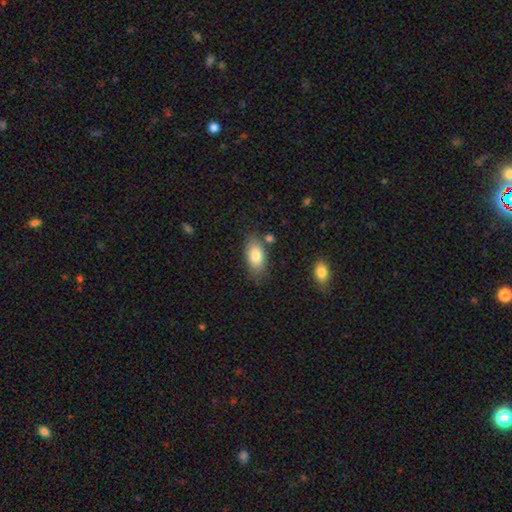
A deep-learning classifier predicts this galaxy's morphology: smooth_or_featured: smooth (p=0.82) [alt: featured or disk p=0.12]
how_rounded: in between (p=0.91) [alt: cigar-shaped p=0.05]
merging: none (p=0.76) [alt: minor disturbance p=0.15]